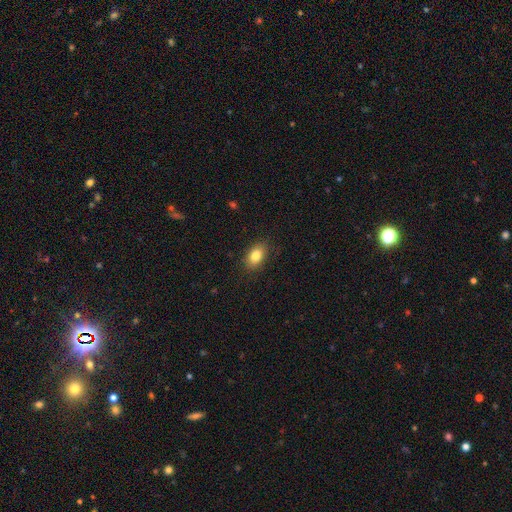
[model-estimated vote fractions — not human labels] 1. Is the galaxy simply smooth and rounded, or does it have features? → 83% smooth, 9% featured or disk, 9% star or artifact.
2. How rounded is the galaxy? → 86% in between, 12% round, 2% cigar-shaped.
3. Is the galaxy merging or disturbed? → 86% none, 10% minor disturbance, 3% major disturbance, 1% merger.